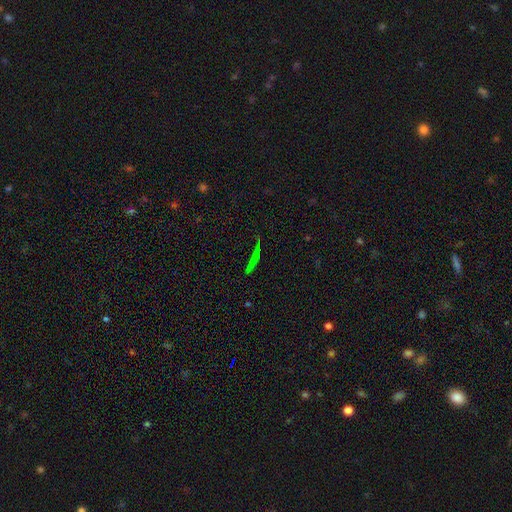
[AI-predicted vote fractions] A star or artifact, not a galaxy (38%, tied with smooth).